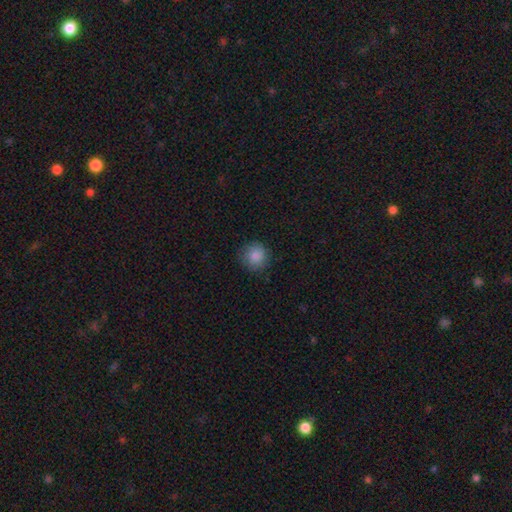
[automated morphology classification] smooth-or-featured: smooth: 87% | star or artifact: 8% | featured or disk: 5%
  how-rounded: round: 92% | in between: 7% | cigar-shaped: 1%
  merging: none: 85% | minor disturbance: 11% | major disturbance: 3% | merger: 1%